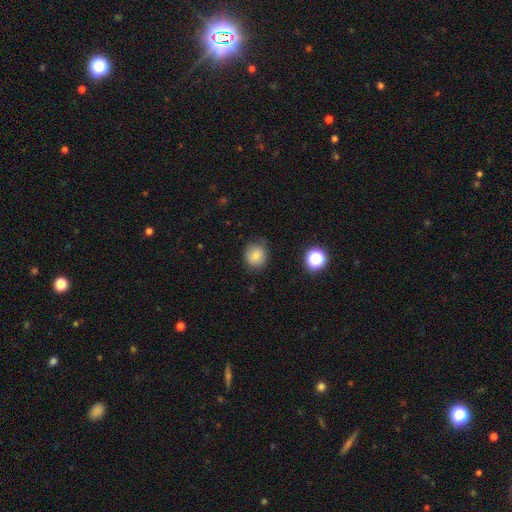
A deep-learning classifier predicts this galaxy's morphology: This is clearly a smooth galaxy (80%). How rounded: clearly round (85%). Merging: likely none (76%).